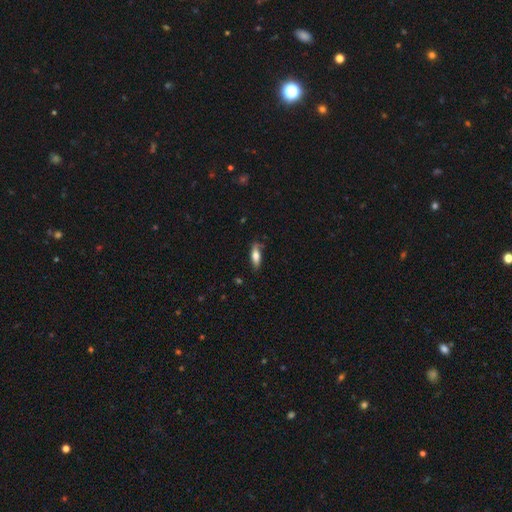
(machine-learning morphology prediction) The model was most divided on "how rounded": in between: 59%, cigar-shaped: 38%, round: 2%. More confident: merging — none (74%); smooth or featured — smooth (67%).